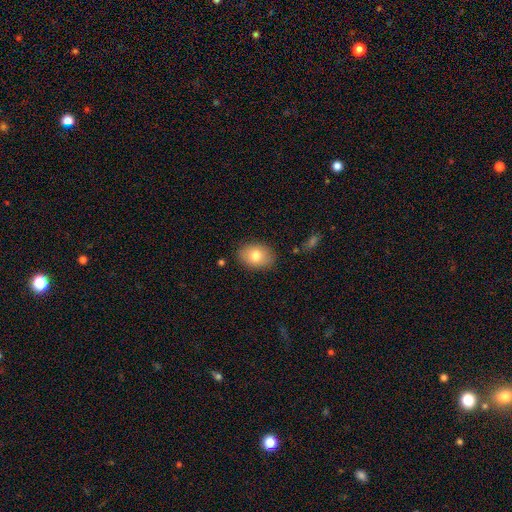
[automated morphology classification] type=smooth (78%); roundness=in between (75%); merging=none (86%).